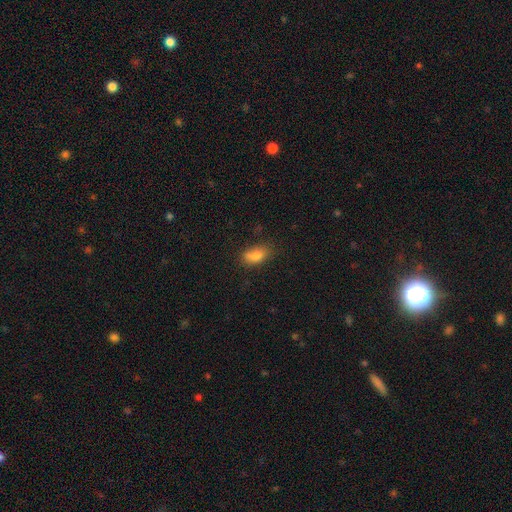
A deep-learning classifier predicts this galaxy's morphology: A smooth galaxy with no disk features (79%) that is in between round and cigar-shaped (85%). Merging: none (64%).